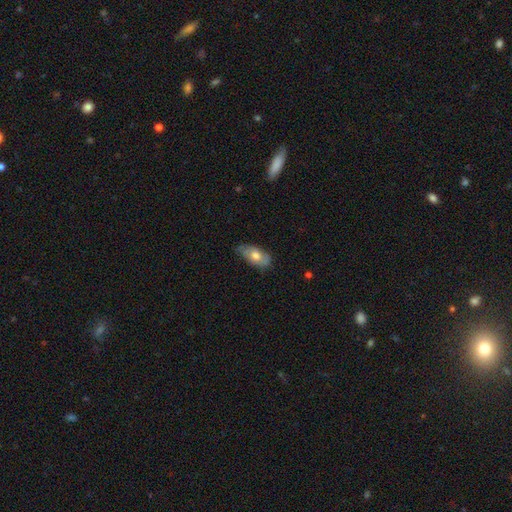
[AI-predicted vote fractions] A smooth galaxy with no disk features (58%) that is in between round and cigar-shaped (90%).

Vote fractions:
- Smooth or featured? smooth: 58% / featured or disk: 35% / star or artifact: 6%
- How rounded? in between: 90% / cigar-shaped: 6% / round: 5%
- Merging? none: 63% / minor disturbance: 30% / major disturbance: 6% / merger: 1%